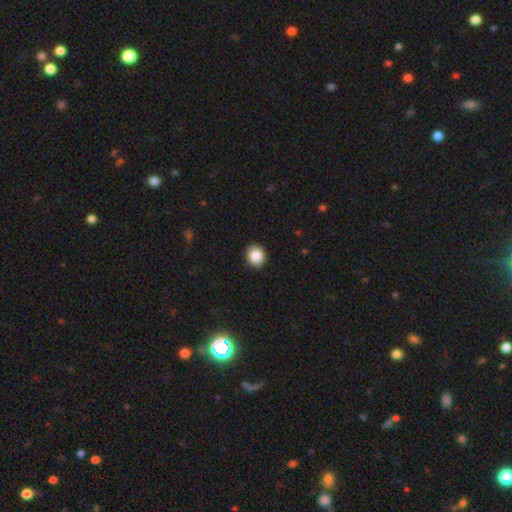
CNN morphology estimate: A smooth galaxy with no disk features (86%) that is round (64%). Merging: none (91%).